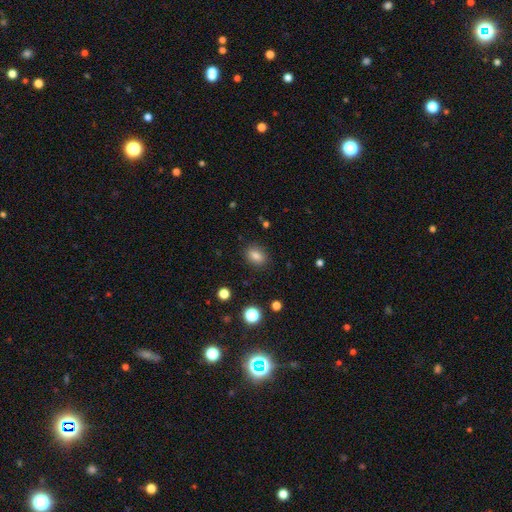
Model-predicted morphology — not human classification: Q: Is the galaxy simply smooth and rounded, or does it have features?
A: smooth — 83%.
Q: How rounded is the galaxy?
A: in between — 66%.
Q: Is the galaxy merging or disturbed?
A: none — 87%.